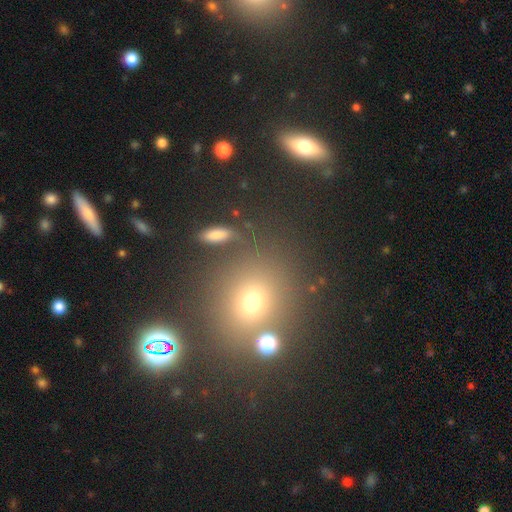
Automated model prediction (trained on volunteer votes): This appears to be a smooth galaxy with no disk features (59%) that is round (70%). Merging: none (77%).